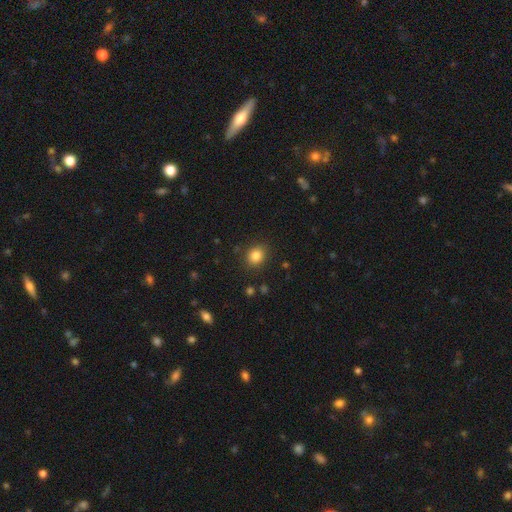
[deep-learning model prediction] A smooth galaxy with no disk features (84%) that is round (68%).

Vote fractions:
- Smooth or featured? smooth: 84% / star or artifact: 11% / featured or disk: 5%
- How rounded? round: 68% / in between: 32% / cigar-shaped: 1%
- Merging? none: 86% / minor disturbance: 9% / major disturbance: 3% / merger: 2%